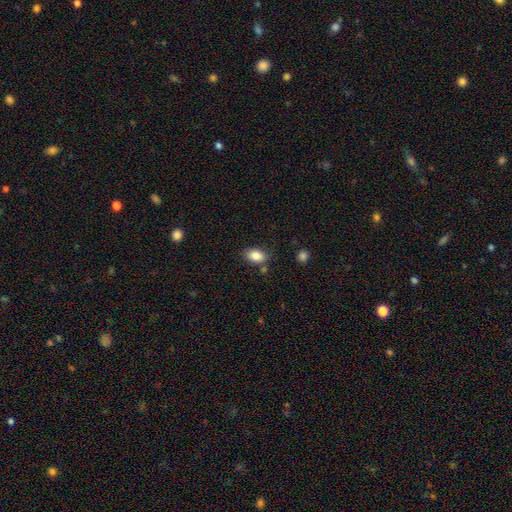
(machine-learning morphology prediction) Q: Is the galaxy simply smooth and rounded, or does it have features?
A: smooth — 85%.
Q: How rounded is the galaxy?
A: in between — 89%.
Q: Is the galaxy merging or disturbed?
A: none — 77%.